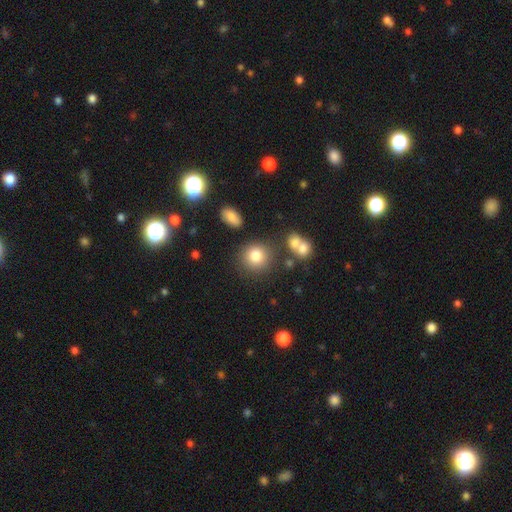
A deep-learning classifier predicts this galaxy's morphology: A smooth galaxy with no disk features (80%) that is round (87%). Merging: none (78%).